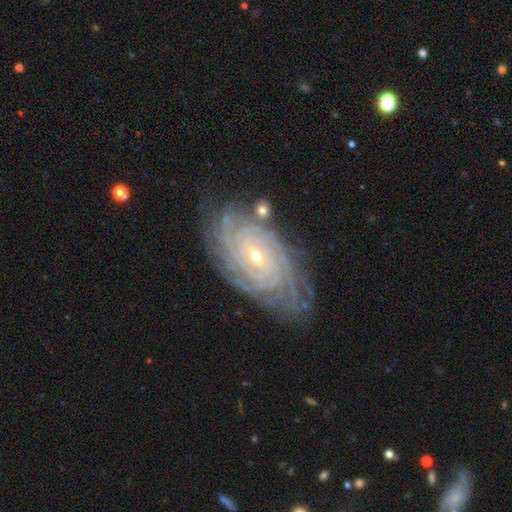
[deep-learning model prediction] featured or disk 91%, star or artifact 5%, smooth 4%. Down the decision tree: edge-on disk — no (96%); bar — no (56%); spiral arms — yes (98%); spiral arm count — more than 4 (29%); spiral winding — tight (87%); bulge size — small (72%); merging — none (78%).